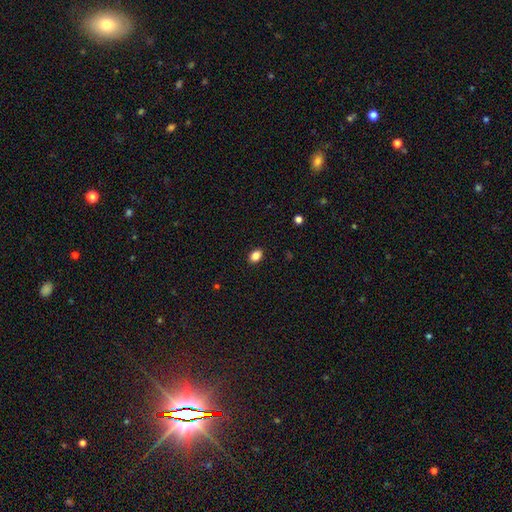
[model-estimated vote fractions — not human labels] Smooth or featured? Predicted: smooth (p=0.86). How rounded? Predicted: in between (p=0.75). Merging? Predicted: none (p=0.90).